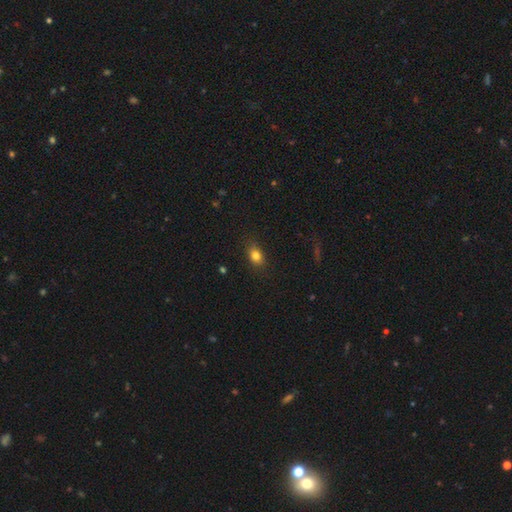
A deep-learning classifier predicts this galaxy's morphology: type=smooth (82%); roundness=in between (64%); merging=none (83%).